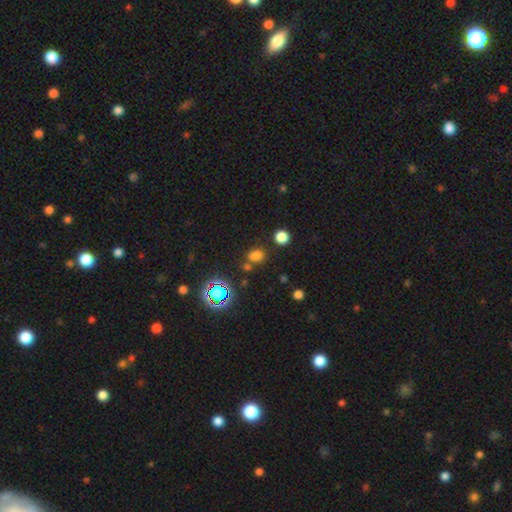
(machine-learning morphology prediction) A smooth galaxy with no disk features (67%) that is in between round and cigar-shaped (56%). Merging: none (67%).